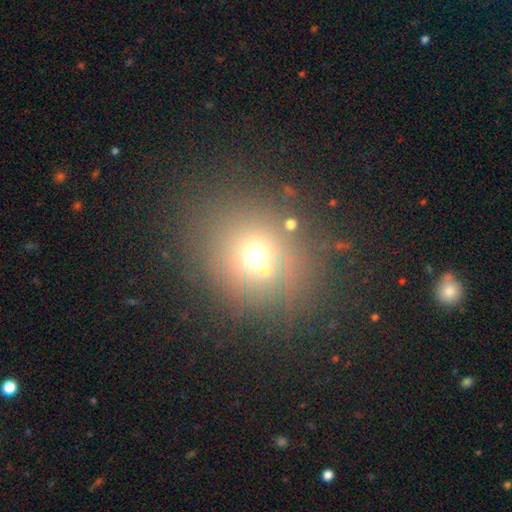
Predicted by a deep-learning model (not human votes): Morphology: type=smooth (62%); roundness=round (84%); merging=none (71%).